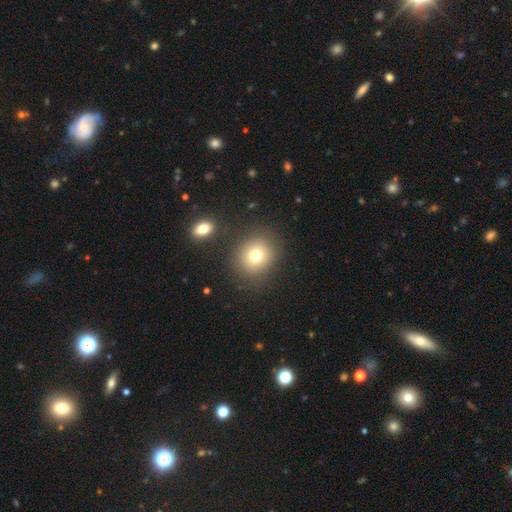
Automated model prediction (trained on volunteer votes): Smooth or featured: smooth — 75% (star or artifact — 13%)
How rounded: round — 77% (in between — 22%)
Merging: none — 82% (minor disturbance — 9%)